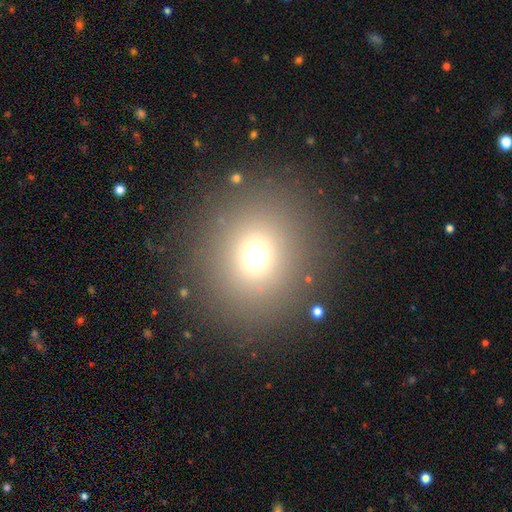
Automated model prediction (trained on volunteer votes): This appears to be a smooth galaxy with no disk features (68%) that is round (83%). Merging: none (86%).